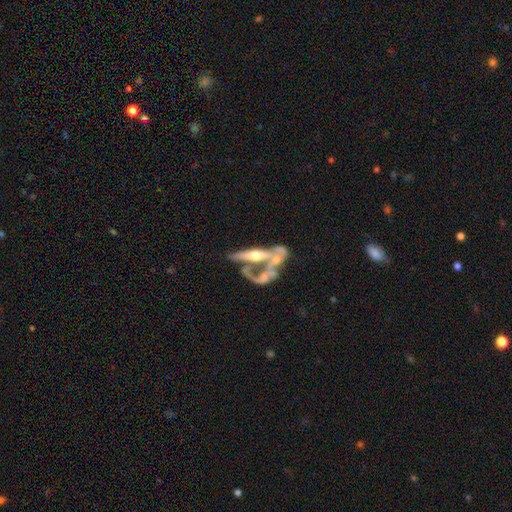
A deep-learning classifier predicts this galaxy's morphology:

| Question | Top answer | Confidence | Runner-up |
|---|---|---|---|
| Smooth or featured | featured or disk | 70% | smooth (21%) |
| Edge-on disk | no | 68% | yes (32%) |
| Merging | merger | 52% | major disturbance (23%) |